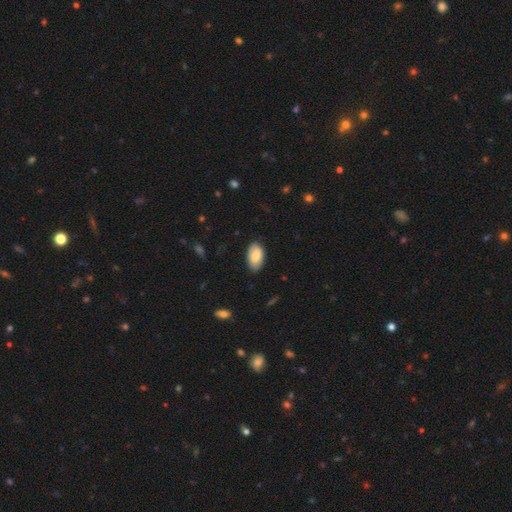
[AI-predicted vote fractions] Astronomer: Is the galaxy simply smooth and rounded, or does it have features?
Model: smooth — 81%.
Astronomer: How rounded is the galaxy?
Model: in between — 95%.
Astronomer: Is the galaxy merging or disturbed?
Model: none — 82%.